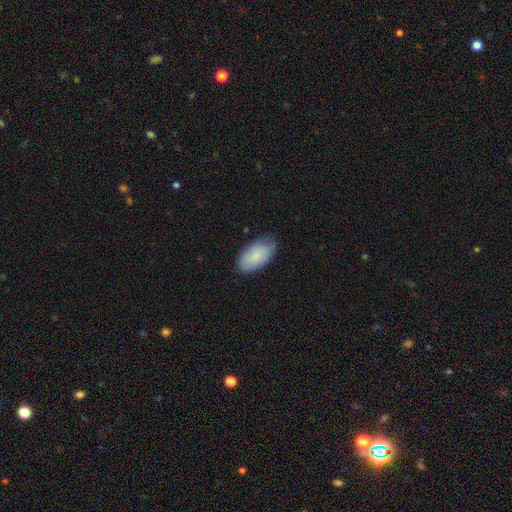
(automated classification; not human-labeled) This appears to be a smooth galaxy with no disk features (84%) that is in between round and cigar-shaped (95%). Merging: none (75%).